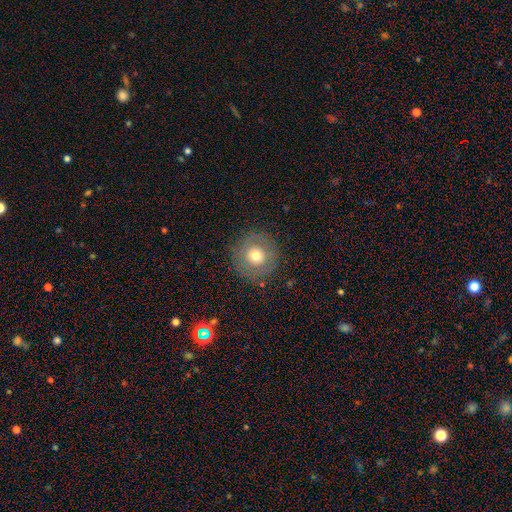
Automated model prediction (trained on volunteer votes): This is likely a smooth galaxy (63%). How rounded: clearly round (95%). Merging: clearly none (85%).